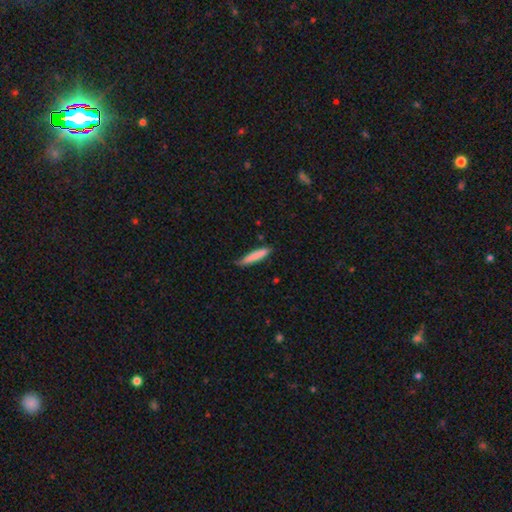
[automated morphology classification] type=smooth (82%); roundness=cigar-shaped (89%); merging=none (74%).